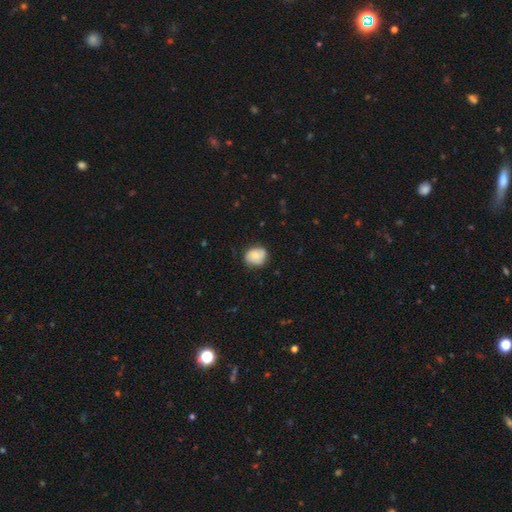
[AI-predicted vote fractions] smooth_or_featured: smooth (p=0.63) [alt: featured or disk p=0.29]
how_rounded: round (p=0.70) [alt: in between p=0.29]
merging: none (p=0.71) [alt: minor disturbance p=0.23]